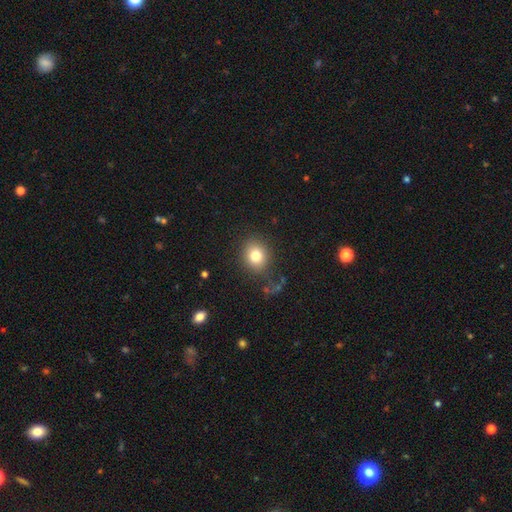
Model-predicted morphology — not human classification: This is likely a smooth galaxy (80%). How rounded: likely round (75%). Merging: clearly none (81%).